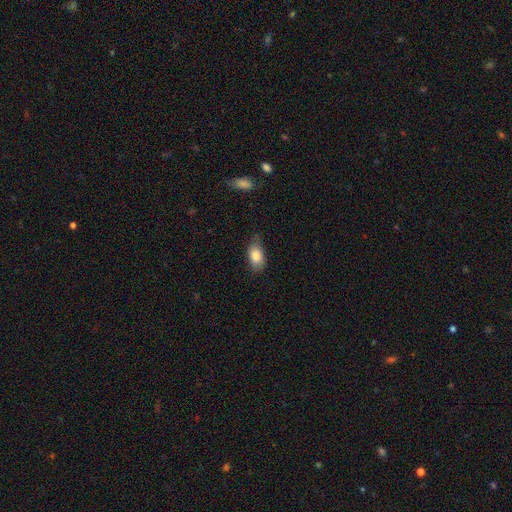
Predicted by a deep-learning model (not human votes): Smooth or featured? smooth (83%)
How rounded? in between (90%)
Merging? none (63%)